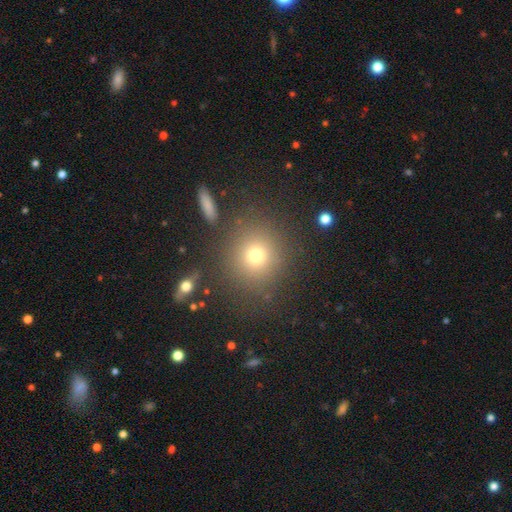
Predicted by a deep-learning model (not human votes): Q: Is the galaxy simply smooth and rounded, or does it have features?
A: smooth — 72%.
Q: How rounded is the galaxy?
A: round — 90%.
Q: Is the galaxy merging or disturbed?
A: none — 85%.